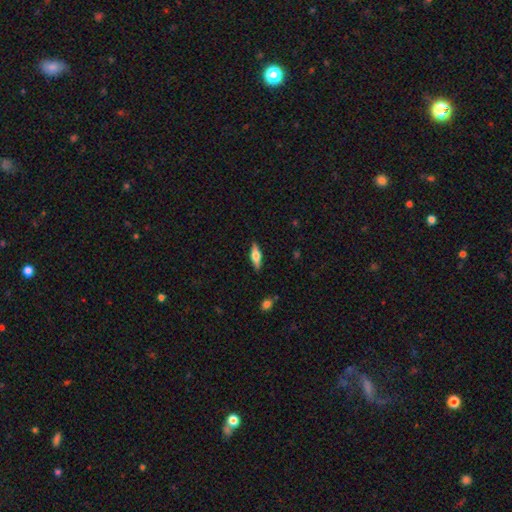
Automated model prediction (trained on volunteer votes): A smooth galaxy with no disk features (49%). Merging: none (87%).